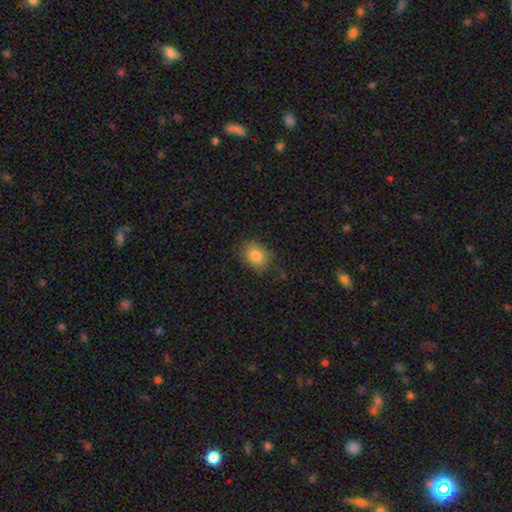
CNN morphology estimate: Overall: smooth (83%). How rounded: in between (62%; round 37%). Merging: none (78%).